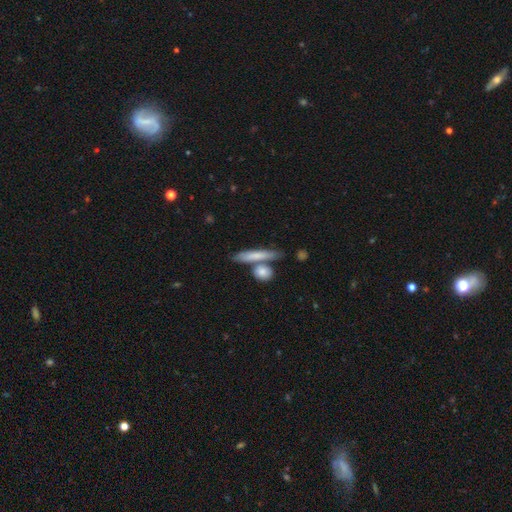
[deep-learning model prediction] smooth-or-featured: smooth: 71% | featured or disk: 24% | star or artifact: 6%
  how-rounded: cigar-shaped: 78% | in between: 16% | round: 7%
  merging: none: 63% | merger: 20% | minor disturbance: 12% | major disturbance: 4%